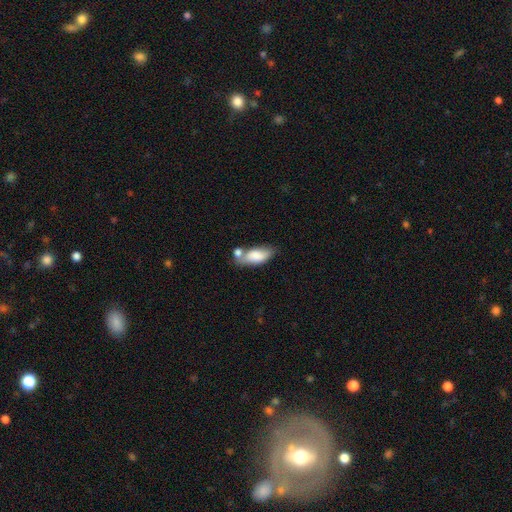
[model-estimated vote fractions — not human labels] A smooth galaxy with no disk features (78%) that is in between round and cigar-shaped (84%). Merging: none (40%).